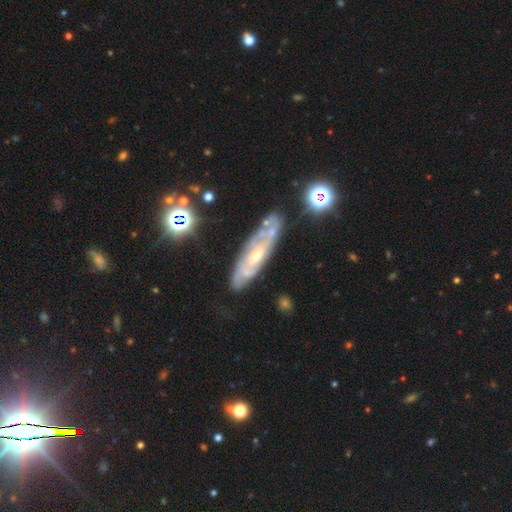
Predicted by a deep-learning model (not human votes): This appears to be a featured or disk galaxy (75%) with no bar (61%), spiral arms (79%) and a small central bulge (54%). Merging: none (69%).